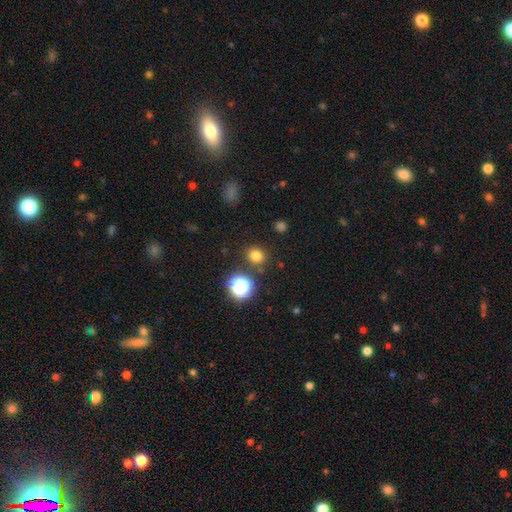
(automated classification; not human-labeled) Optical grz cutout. It shows a smooth galaxy with no disk features (75%) that is round (79%). Merging: none (85%).